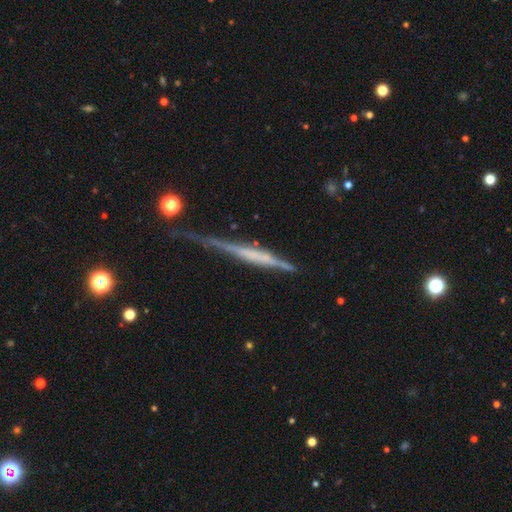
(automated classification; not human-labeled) The model was most divided on "merging": none: 54%, minor disturbance: 28%, major disturbance: 13%, merger: 4%. More confident: edge-on disk — yes (96%); smooth or featured — featured or disk (68%); edge-on bulge — none (63%).